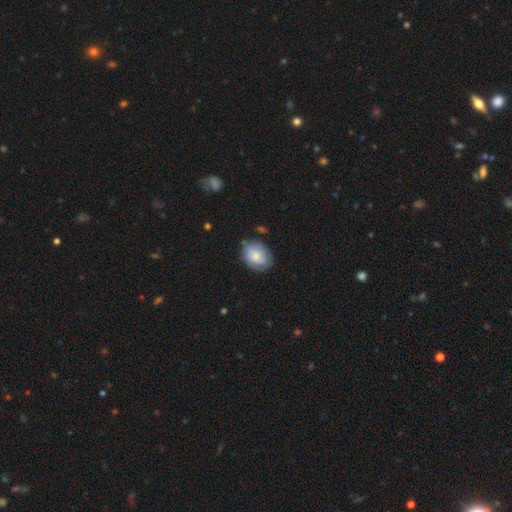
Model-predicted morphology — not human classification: A smooth galaxy with no disk features (64%) that is in between round and cigar-shaped (64%). Merging: none (69%).